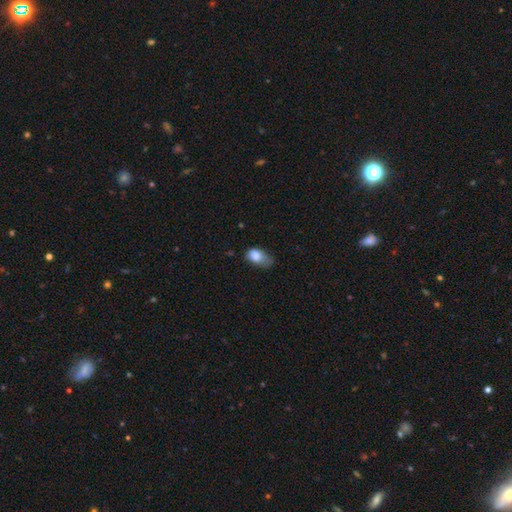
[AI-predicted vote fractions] Overall: smooth (80%). How rounded: in between (87%). Merging: minor disturbance (46%; major disturbance 26%).